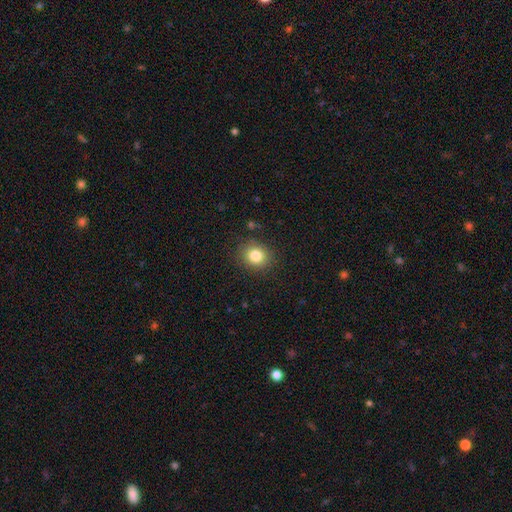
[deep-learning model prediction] The model was most divided on "how rounded": round: 71%, in between: 28%, cigar-shaped: 1%. More confident: merging — none (86%); smooth or featured — smooth (83%).